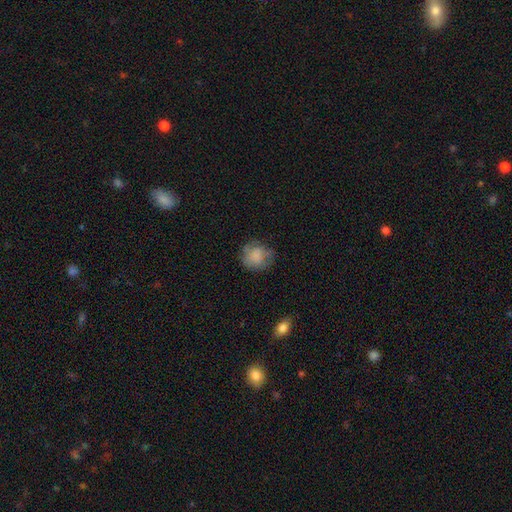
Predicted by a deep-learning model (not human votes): A smooth galaxy with no disk features (76%) that is round (79%). Merging: none (67%).